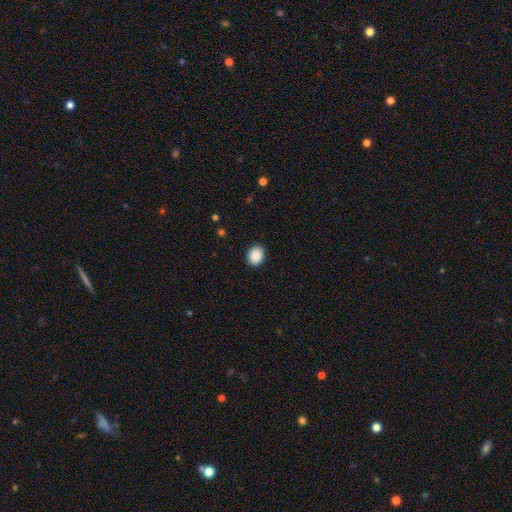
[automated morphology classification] A smooth galaxy with no disk features (89%) that is round (57%).

Vote fractions:
- Smooth or featured? smooth: 89% / star or artifact: 8% / featured or disk: 3%
- How rounded? round: 57% / in between: 42% / cigar-shaped: 1%
- Merging? none: 91% / minor disturbance: 7% / major disturbance: 2% / merger: 1%